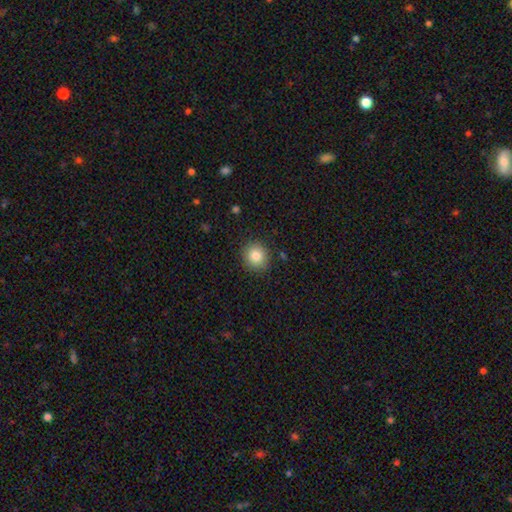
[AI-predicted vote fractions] Smooth or featured? smooth (83%)
How rounded? round (87%)
Merging? none (89%)